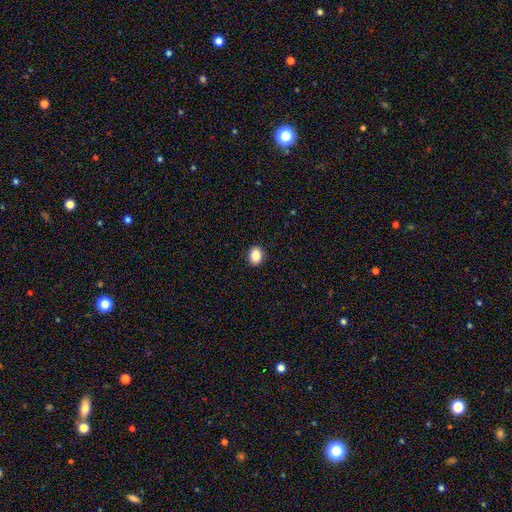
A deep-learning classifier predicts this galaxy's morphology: A smooth galaxy with no disk features (86%) that is in between round and cigar-shaped (63%). Merging: none (91%).